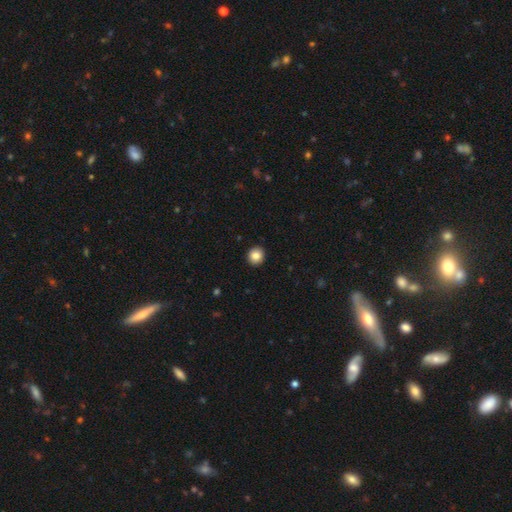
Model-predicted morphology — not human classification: smooth 85%, star or artifact 9%, featured or disk 6%. Down the decision tree: how rounded — round (90%); merging — none (93%).